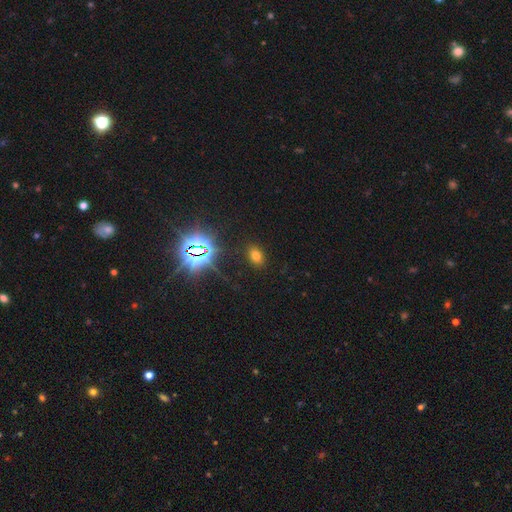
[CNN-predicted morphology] Smooth or featured: smooth — 64% (star or artifact — 28%)
How rounded: in between — 77% (round — 21%)
Merging: none — 87% (minor disturbance — 8%)